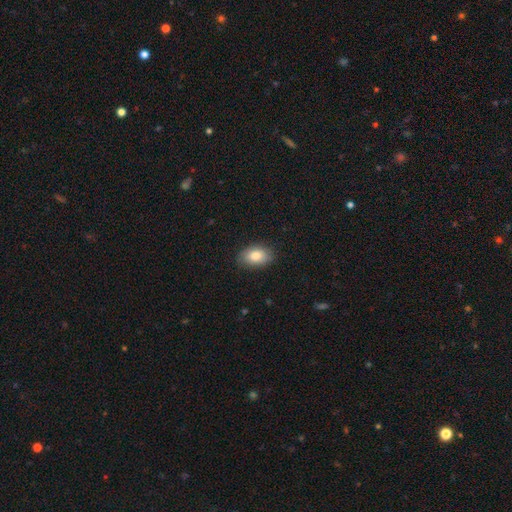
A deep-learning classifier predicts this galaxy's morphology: Smooth or featured? smooth (83%)
How rounded? in between (89%)
Merging? none (85%)